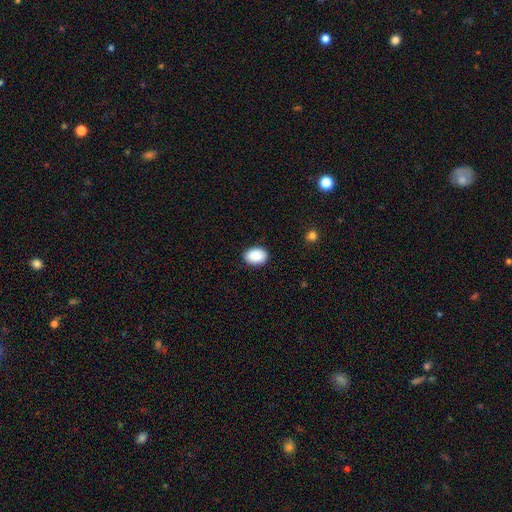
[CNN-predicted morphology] type=smooth (91%); roundness=in between (78%); merging=none (89%).